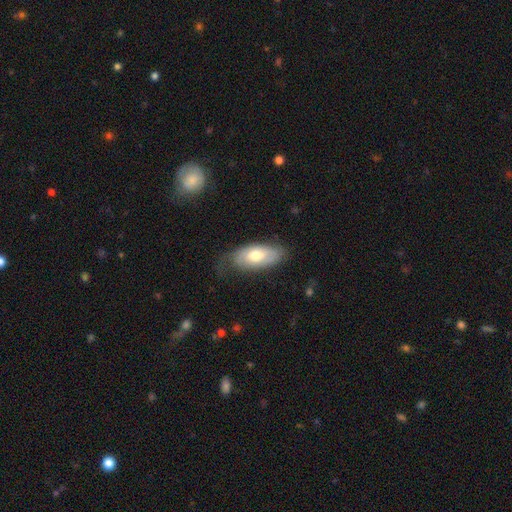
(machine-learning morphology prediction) Smooth or featured?
  - smooth: 60% *
  - featured or disk: 34%
  - star or artifact: 6%
How rounded?
  - in between: 90% *
  - cigar-shaped: 8%
  - round: 3%
Merging?
  - none: 59% *
  - minor disturbance: 28%
  - major disturbance: 11%
  - merger: 1%